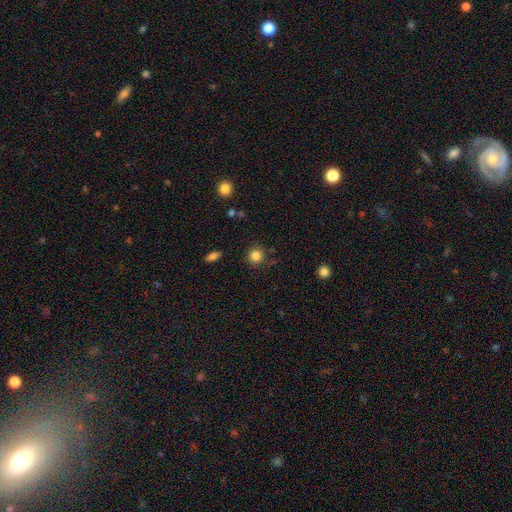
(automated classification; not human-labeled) Smooth or featured? smooth (85%)
How rounded? round (92%)
Merging? none (85%)